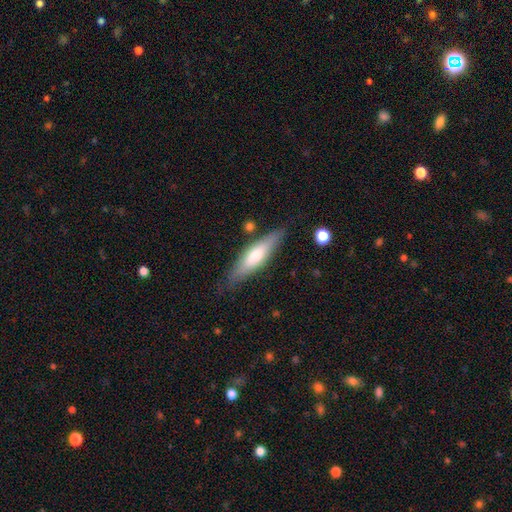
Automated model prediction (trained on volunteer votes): The model was most divided on "smooth or featured": smooth: 53%, featured or disk: 41%, star or artifact: 6%. More confident: merging — none (80%); how rounded — cigar-shaped (68%).